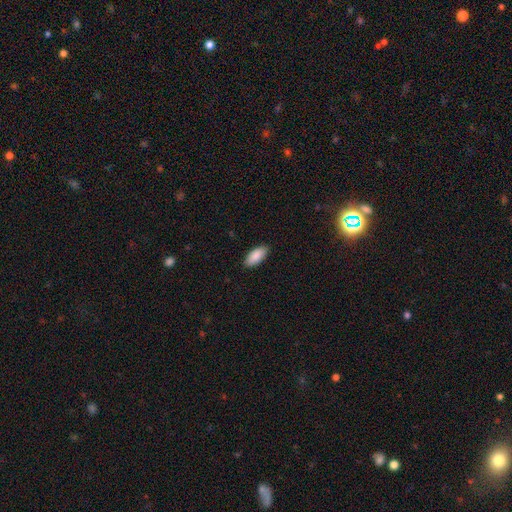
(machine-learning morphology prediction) type=smooth (89%); roundness=in between (89%); merging=none (89%).